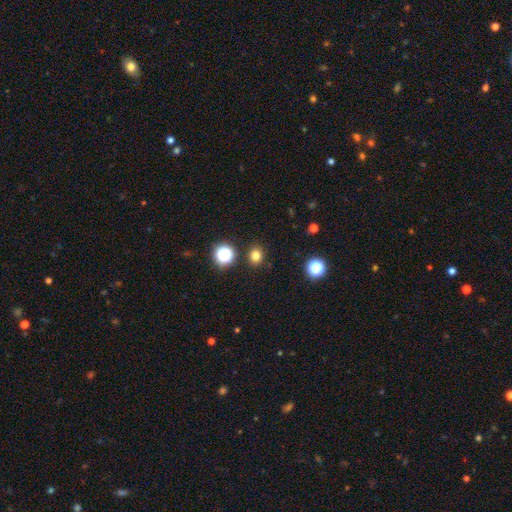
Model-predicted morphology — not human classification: type=smooth (79%); roundness=round (70%); merging=none (88%).